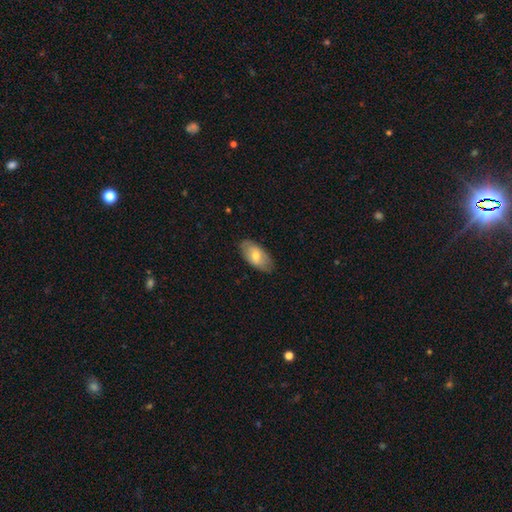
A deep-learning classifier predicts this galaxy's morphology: smooth-or-featured: smooth: 64% | featured or disk: 30% | star or artifact: 6%
  how-rounded: in between: 93% | round: 4% | cigar-shaped: 4%
  merging: none: 81% | minor disturbance: 15% | major disturbance: 3% | merger: 1%